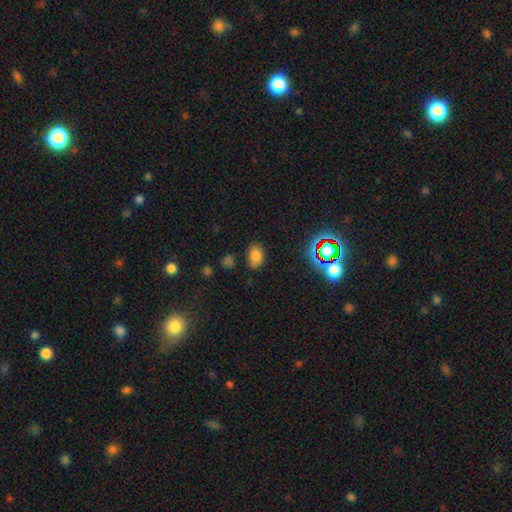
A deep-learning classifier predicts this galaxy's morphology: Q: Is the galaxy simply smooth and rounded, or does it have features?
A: smooth — 75%.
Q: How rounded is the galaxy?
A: in between — 81%.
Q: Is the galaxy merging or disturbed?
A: none — 76%.